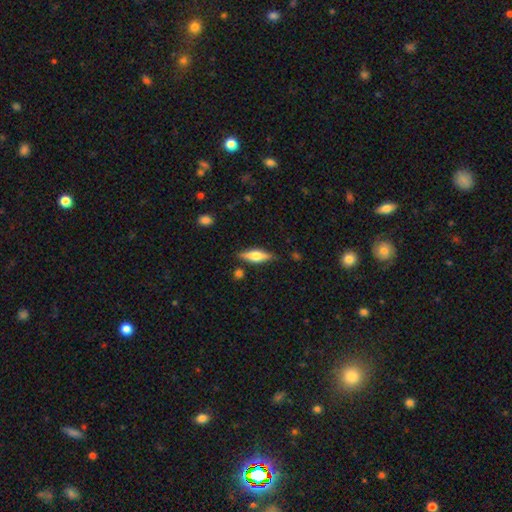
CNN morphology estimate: Smooth or featured? Predicted: featured or disk (p=0.52). Edge-on disk? Predicted: yes (p=0.94). Merging? Predicted: none (p=0.83).